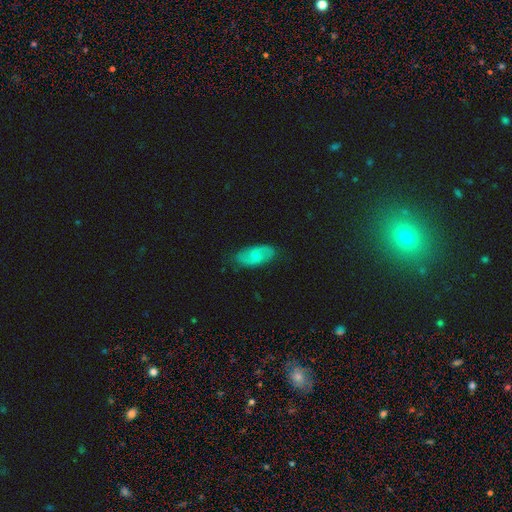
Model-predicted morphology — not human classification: Smooth or featured? featured or disk (60%)
Edge-on disk? no (95%)
Bar? weak (52%)
Spiral arms? yes (89%)
Spiral winding? medium (46%)
Spiral arm count? 2 (87%)
Bulge size? small (52%)
Merging? none (79%)